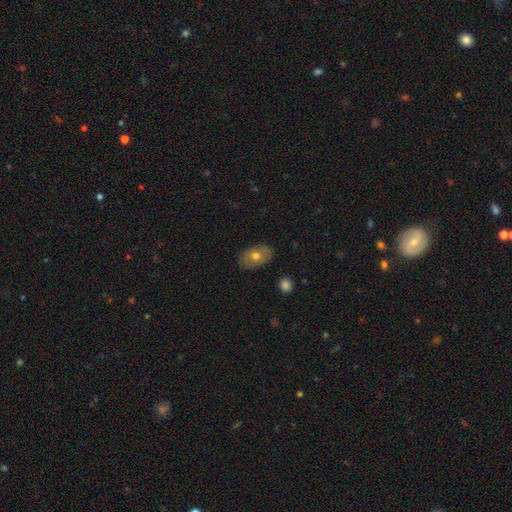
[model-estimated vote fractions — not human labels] Overall: smooth (65%; featured or disk 27%). How rounded: in between (86%). Merging: none (84%).